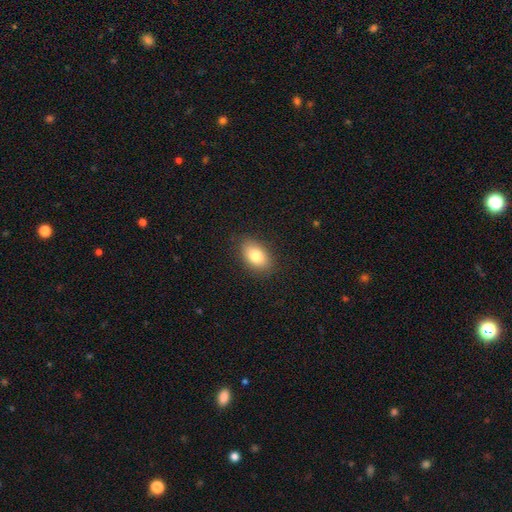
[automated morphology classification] Q: Smooth or featured?
A: smooth (80%); runner-up: featured or disk (12%)
Q: How rounded?
A: in between (87%); runner-up: round (11%)
Q: Merging?
A: none (86%); runner-up: minor disturbance (11%)